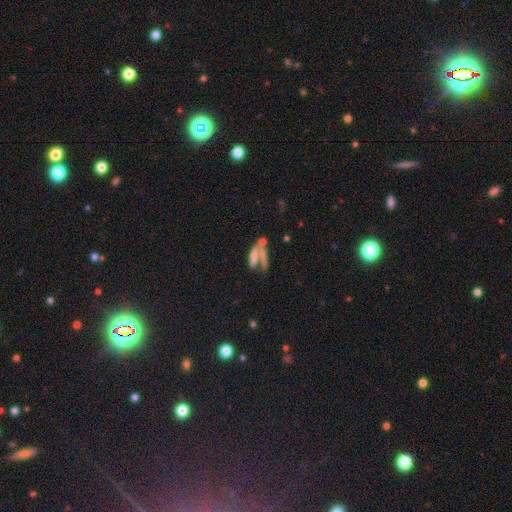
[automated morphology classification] Smooth or featured?
  - smooth: 55% *
  - featured or disk: 33%
  - star or artifact: 13%
How rounded?
  - in between: 51% *
  - cigar-shaped: 44%
  - round: 5%
Merging?
  - merger: 47% *
  - none: 26%
  - major disturbance: 16%
  - minor disturbance: 11%